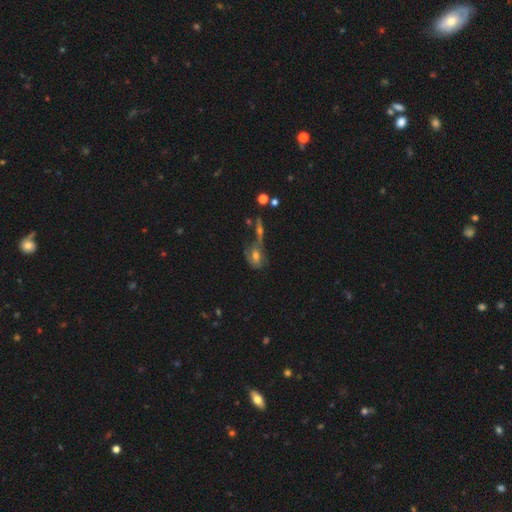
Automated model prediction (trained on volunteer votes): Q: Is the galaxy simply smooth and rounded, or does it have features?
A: featured or disk — 45%.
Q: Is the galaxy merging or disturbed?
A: none — 38%.